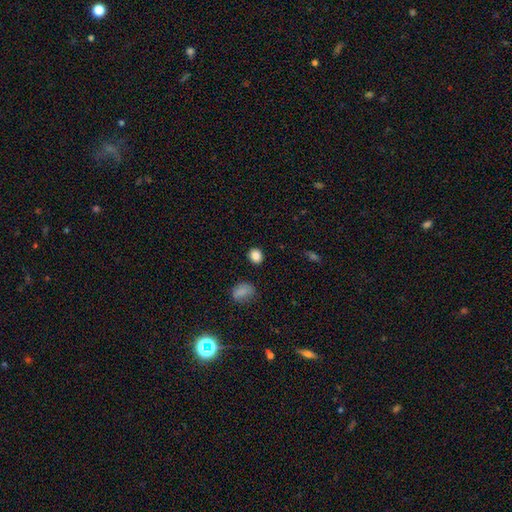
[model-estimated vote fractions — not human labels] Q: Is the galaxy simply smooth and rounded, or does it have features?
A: smooth — 86%.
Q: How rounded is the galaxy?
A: round — 71%.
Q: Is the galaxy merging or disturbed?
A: none — 89%.